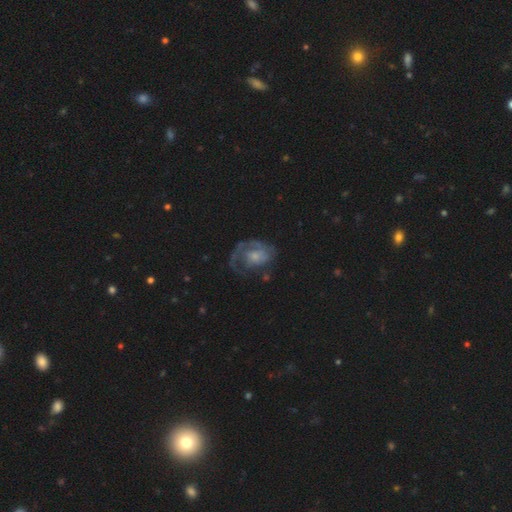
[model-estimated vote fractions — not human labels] A featured or disk galaxy (73%) with no bar (69%), 1 (45%) tight (41%) spiral arms (85%) and a small central bulge (49%).

Vote fractions:
- Smooth or featured? featured or disk: 73% / smooth: 20% / star or artifact: 7%
- Edge-on disk? no: 98% / yes: 2%
- Bar? no: 69% / weak: 26% / strong: 4%
- Spiral arms? yes: 85% / no: 15%
- Spiral winding? tight: 41% / medium: 39% / loose: 20%
- Spiral arm count? 1: 45% / 2: 27% / can't tell: 17% / 3: 6% / 4: 2% / more than 4: 2%
- Bulge size? small: 49% / moderate: 29% / none: 14% / large: 6% / dominant: 2%
- Merging? none: 48% / major disturbance: 28% / minor disturbance: 21% / merger: 3%